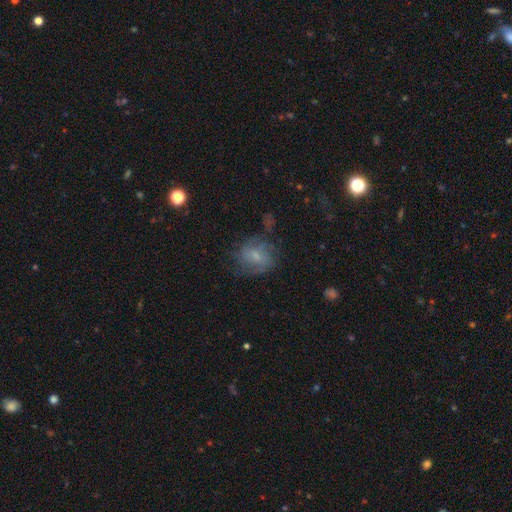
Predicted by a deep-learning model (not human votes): Morphology: type=smooth (49%); merging=none (60%).